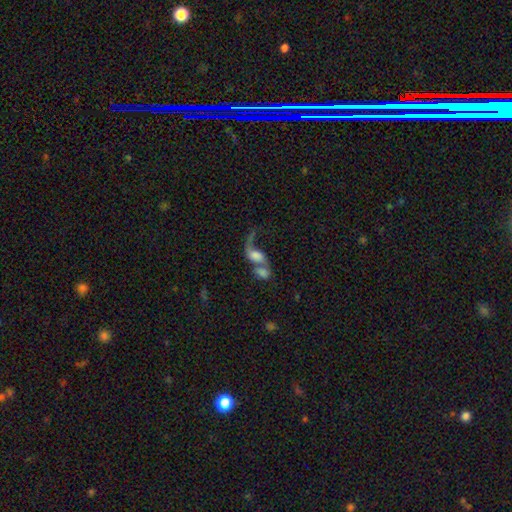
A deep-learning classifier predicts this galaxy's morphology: type=featured or disk (53%); edge-on=no (94%); merging=merger (67%).